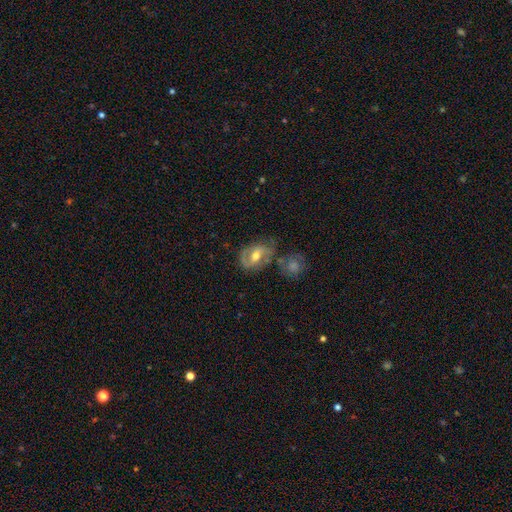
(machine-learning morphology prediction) Smooth or featured?
  - featured or disk: 63% *
  - smooth: 30%
  - star or artifact: 8%
Edge-on disk?
  - no: 95% *
  - yes: 5%
Bar?
  - weak: 43% *
  - strong: 30%
  - no: 27%
Spiral arms?
  - yes: 76% *
  - no: 24%
Bulge size?
  - moderate: 73% *
  - small: 19%
  - large: 6%
  - none: 1%
  - dominant: 1%
Merging?
  - none: 58% *
  - minor disturbance: 21%
  - merger: 11%
  - major disturbance: 10%